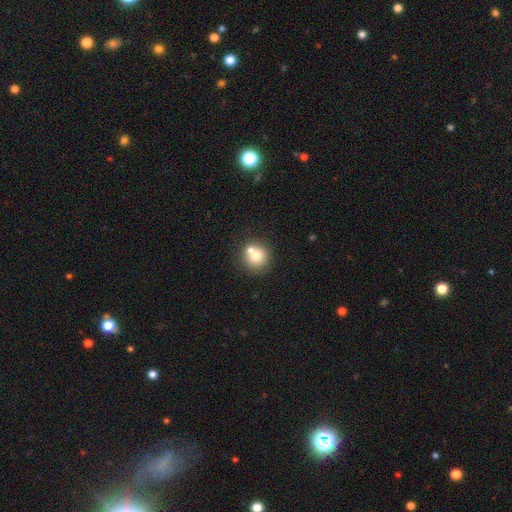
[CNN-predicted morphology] A smooth galaxy with no disk features (72%) that is round (90%). Merging: none (56%).